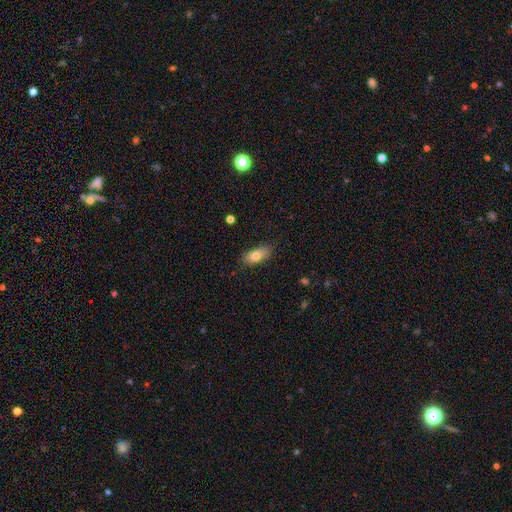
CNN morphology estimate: This is likely a smooth galaxy (80%). How rounded: clearly in between (84%). Merging: clearly none (81%).